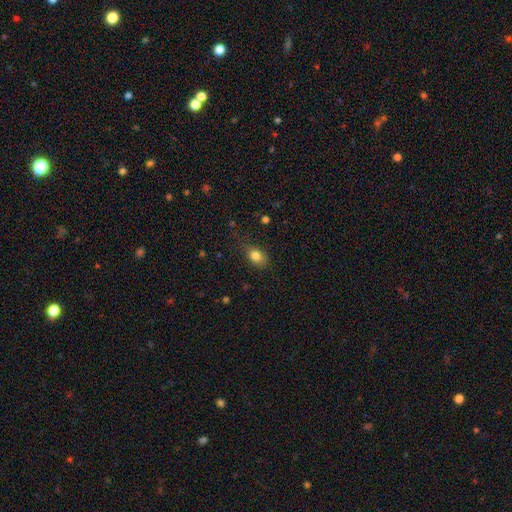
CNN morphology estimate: smooth 81%, star or artifact 10%, featured or disk 9%. Down the decision tree: how rounded — in between (73%); merging — none (66%).